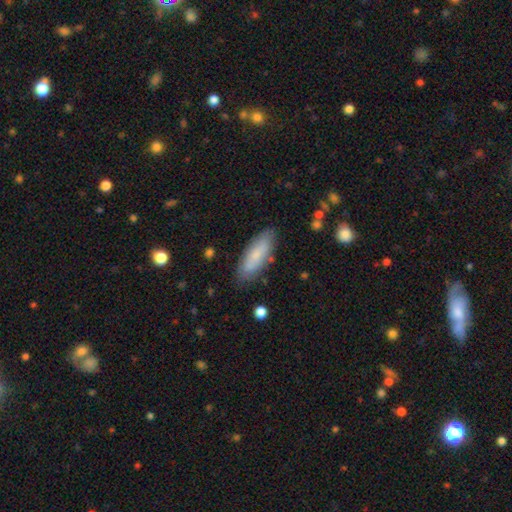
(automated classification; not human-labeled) smooth 73%, featured or disk 21%, star or artifact 6%. Down the decision tree: how rounded — in between (57%); merging — none (82%).